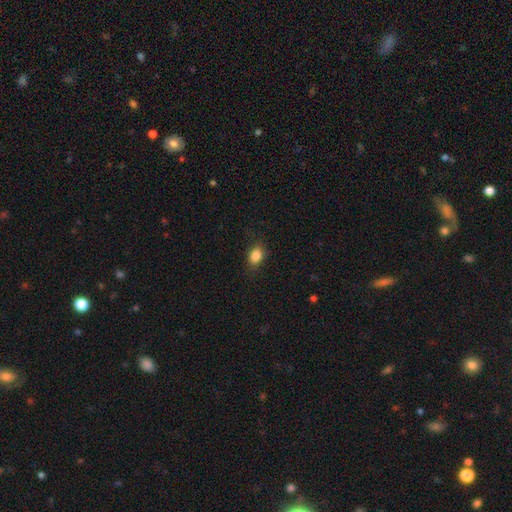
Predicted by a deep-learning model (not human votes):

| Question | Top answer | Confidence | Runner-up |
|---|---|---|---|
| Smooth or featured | smooth | 84% | star or artifact (9%) |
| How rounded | in between | 69% | round (28%) |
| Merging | none | 80% | minor disturbance (15%) |